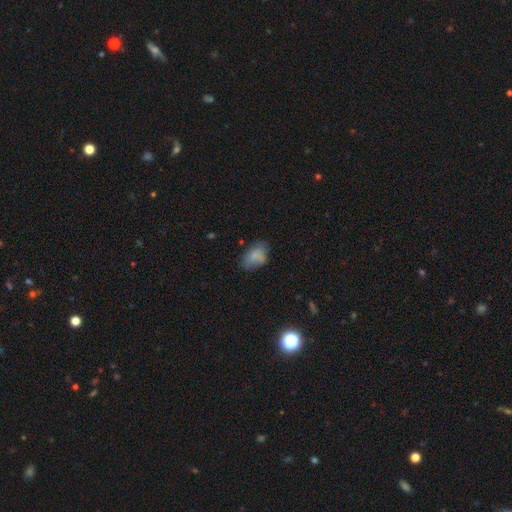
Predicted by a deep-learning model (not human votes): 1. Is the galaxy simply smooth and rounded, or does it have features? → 80% smooth, 11% featured or disk, 9% star or artifact.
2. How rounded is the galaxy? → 89% in between, 9% round, 2% cigar-shaped.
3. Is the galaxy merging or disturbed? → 64% none, 26% minor disturbance, 7% major disturbance, 3% merger.